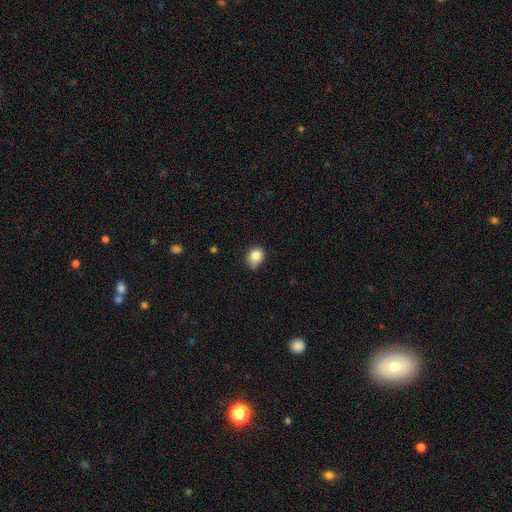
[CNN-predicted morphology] Q: Smooth or featured?
A: smooth (82%); runner-up: star or artifact (10%)
Q: How rounded?
A: round (57%); runner-up: in between (42%)
Q: Merging?
A: none (48%); runner-up: minor disturbance (40%)